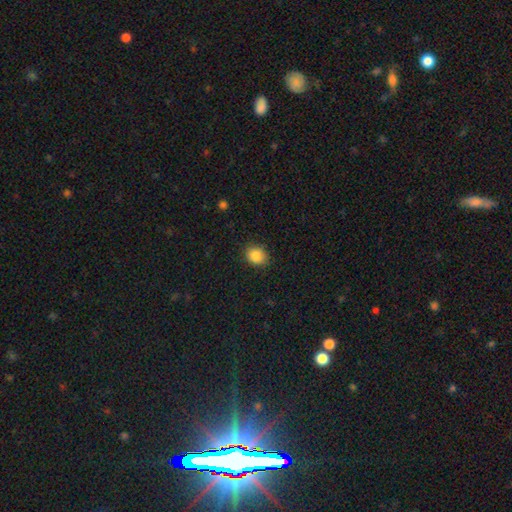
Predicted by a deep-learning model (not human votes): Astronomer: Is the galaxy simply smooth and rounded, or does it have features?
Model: smooth — 86%.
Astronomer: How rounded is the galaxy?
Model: round — 61% (runner-up: in between, 38%).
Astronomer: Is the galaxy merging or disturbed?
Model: none — 87%.